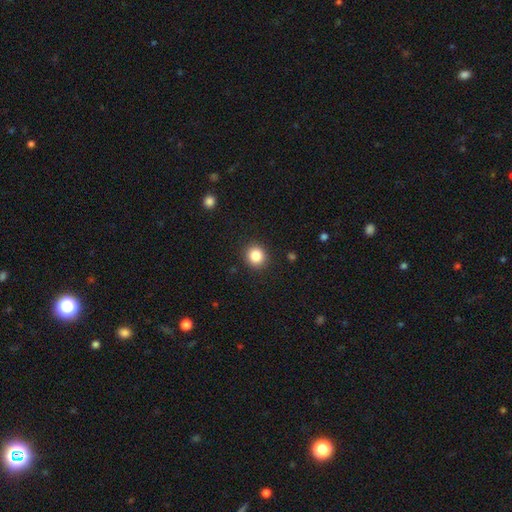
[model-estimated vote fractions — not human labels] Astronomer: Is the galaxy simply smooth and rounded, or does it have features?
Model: smooth — 85%.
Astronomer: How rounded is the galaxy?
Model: round — 86%.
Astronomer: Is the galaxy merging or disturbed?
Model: none — 90%.